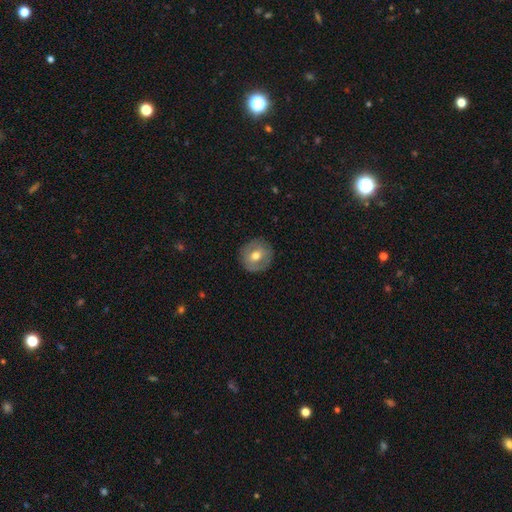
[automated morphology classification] smooth-or-featured: smooth: 54% | featured or disk: 39% | star or artifact: 7%
  how-rounded: round: 90% | in between: 9% | cigar-shaped: 1%
  merging: none: 87% | minor disturbance: 9% | major disturbance: 3% | merger: 1%